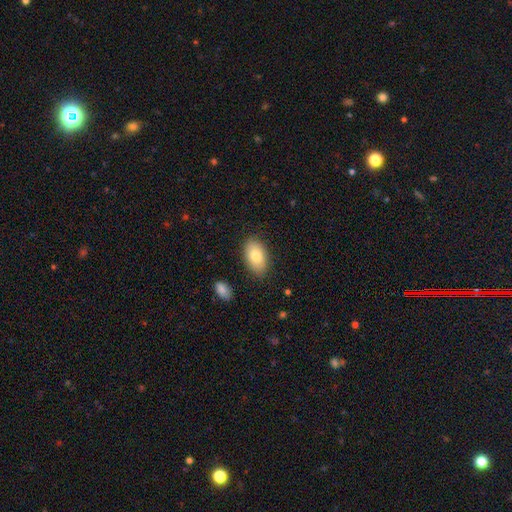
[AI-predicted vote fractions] Smooth or featured? Predicted: smooth (p=0.80). How rounded? Predicted: in between (p=0.93). Merging? Predicted: none (p=0.85).